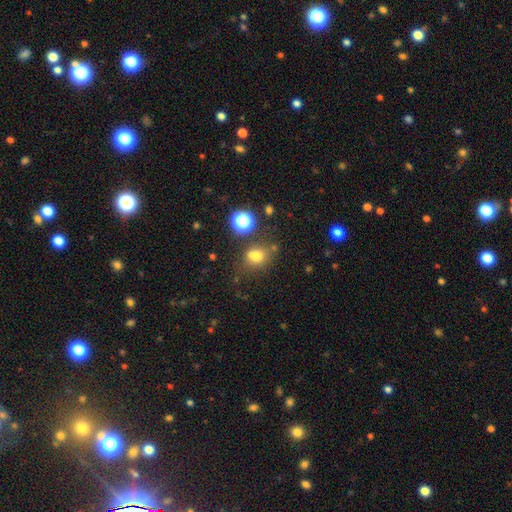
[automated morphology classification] smooth-or-featured: smooth: 72% | star or artifact: 18% | featured or disk: 10%
  how-rounded: round: 52% | in between: 46% | cigar-shaped: 1%
  merging: none: 61% | minor disturbance: 17% | merger: 14% | major disturbance: 7%